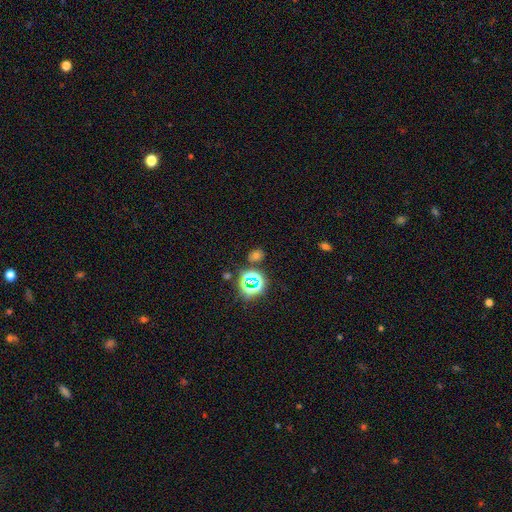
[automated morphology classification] smooth_or_featured: smooth (p=0.55) [alt: star or artifact p=0.38]
how_rounded: round (p=0.61) [alt: in between p=0.38]
merging: none (p=0.78) [alt: minor disturbance p=0.11]